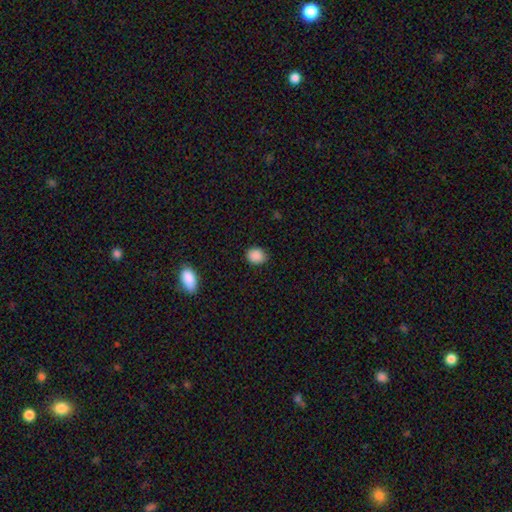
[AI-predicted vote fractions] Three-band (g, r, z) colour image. It shows a smooth galaxy with no disk features (89%) that is round (62%). Merging: none (85%).